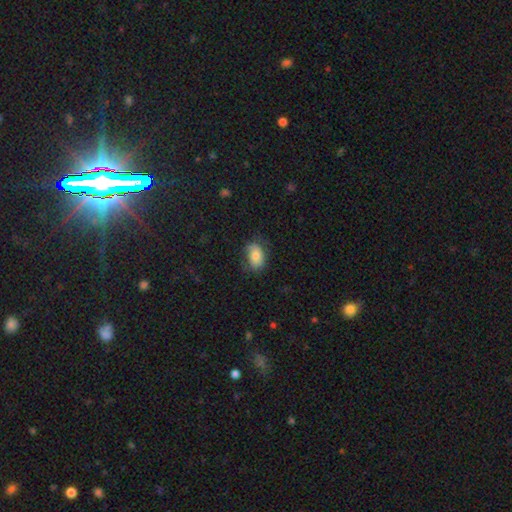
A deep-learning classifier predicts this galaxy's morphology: A smooth galaxy with no disk features (74%) that is in between round and cigar-shaped (85%). Merging: none (67%).